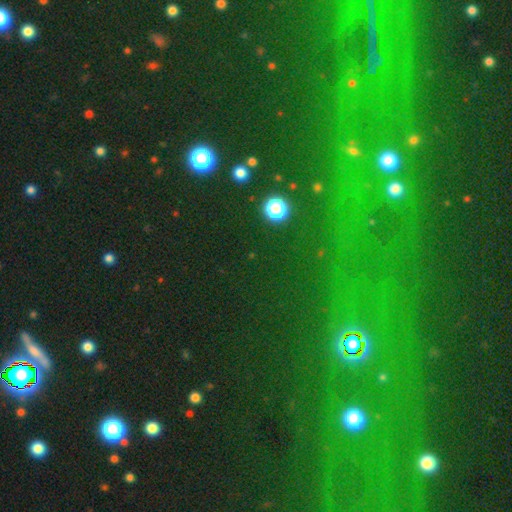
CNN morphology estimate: smooth_or_featured: star or artifact (p=0.74) [alt: smooth p=0.17]